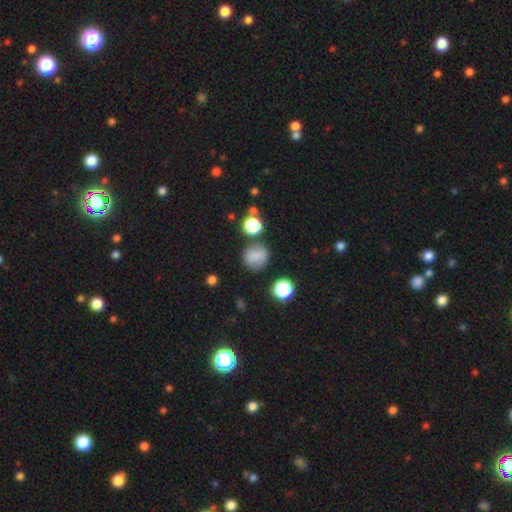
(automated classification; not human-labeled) Q: Smooth or featured?
A: smooth (77%); runner-up: star or artifact (13%)
Q: How rounded?
A: round (85%); runner-up: in between (14%)
Q: Merging?
A: none (73%); runner-up: minor disturbance (14%)